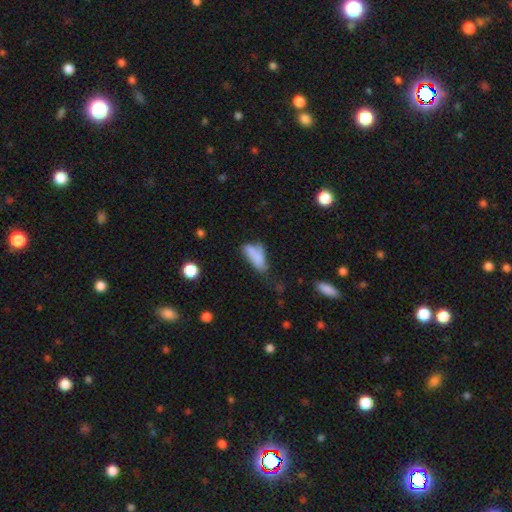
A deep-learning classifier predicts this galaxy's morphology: type=smooth (72%); roundness=in between (74%); merging=none (31%).